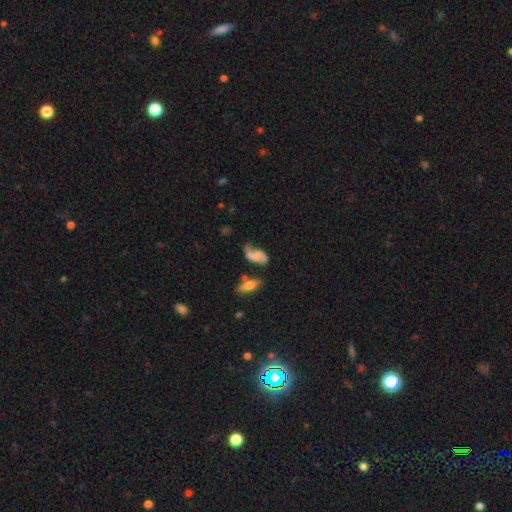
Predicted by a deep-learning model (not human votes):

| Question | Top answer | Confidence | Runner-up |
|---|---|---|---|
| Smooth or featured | smooth | 50% | featured or disk (38%) |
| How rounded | in between | 85% | cigar-shaped (8%) |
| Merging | none | 34% | minor disturbance (25%) |